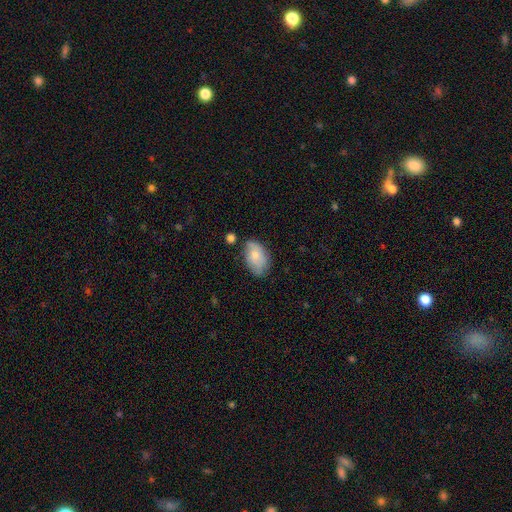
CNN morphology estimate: smooth-or-featured: smooth: 69% | featured or disk: 24% | star or artifact: 7%
  how-rounded: in between: 90% | round: 9% | cigar-shaped: 1%
  merging: none: 60% | minor disturbance: 28% | major disturbance: 7% | merger: 5%